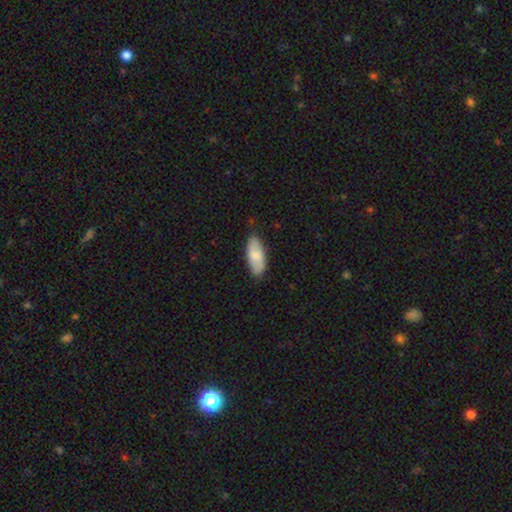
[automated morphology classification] A smooth galaxy with no disk features (77%) that is in between round and cigar-shaped (85%).

Vote fractions:
- Smooth or featured? smooth: 77% / featured or disk: 17% / star or artifact: 6%
- How rounded? in between: 85% / cigar-shaped: 13% / round: 2%
- Merging? none: 80% / minor disturbance: 16% / major disturbance: 3% / merger: 1%